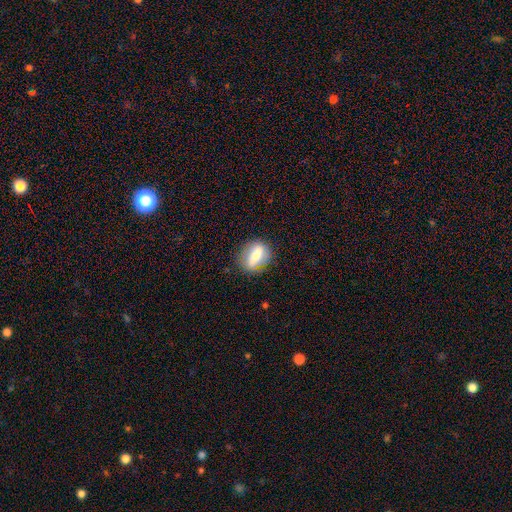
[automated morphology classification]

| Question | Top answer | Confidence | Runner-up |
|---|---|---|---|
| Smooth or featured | smooth | 56% | featured or disk (36%) |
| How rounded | in between | 65% | round (26%) |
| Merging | none | 74% | minor disturbance (18%) |